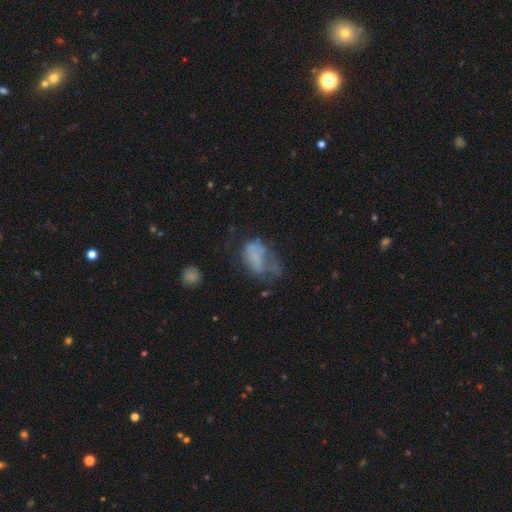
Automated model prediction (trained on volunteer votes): Smooth or featured?
  - smooth: 53% *
  - featured or disk: 33%
  - star or artifact: 14%
How rounded?
  - in between: 86% *
  - round: 12%
  - cigar-shaped: 2%
Merging?
  - major disturbance: 44% *
  - minor disturbance: 25%
  - none: 24%
  - merger: 8%